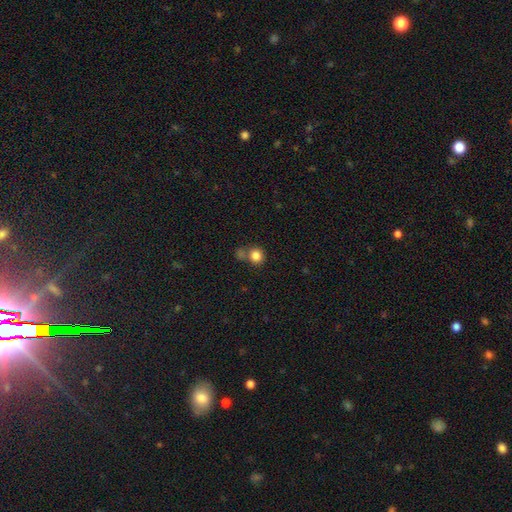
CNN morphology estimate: This is clearly a smooth galaxy (83%). How rounded: clearly round (87%). Merging: possibly none (60%).